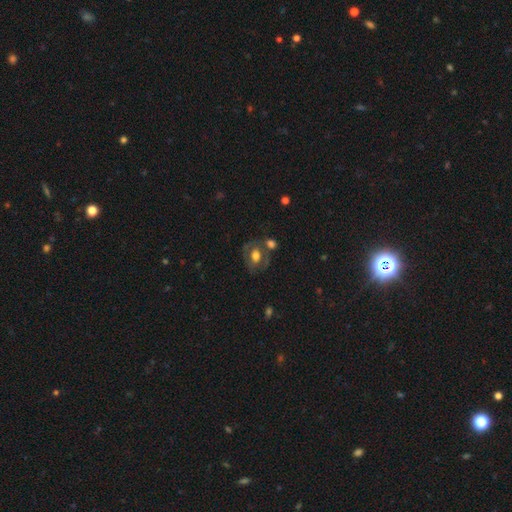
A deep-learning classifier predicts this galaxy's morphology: The model was most divided on "smooth or featured": featured or disk: 47%, smooth: 45%, star or artifact: 9%. More confident: merging — none (59%).